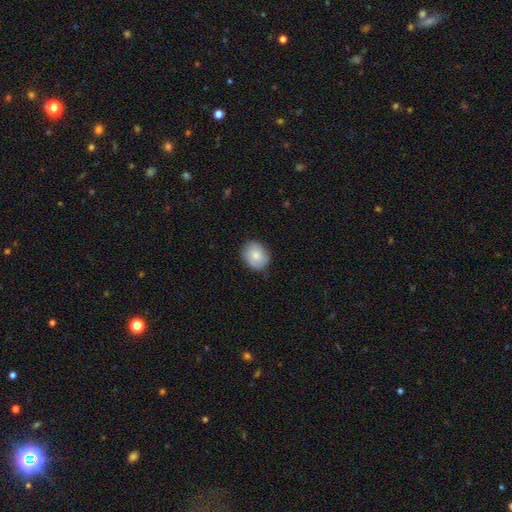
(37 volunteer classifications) Overall: smooth (89%). How rounded: in between (61%; round 39%). Merging: none (83%).